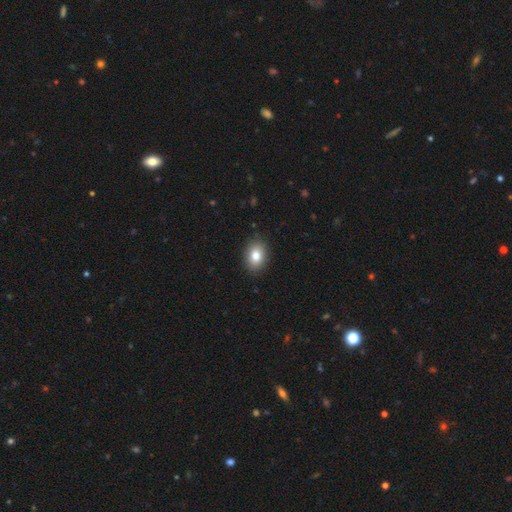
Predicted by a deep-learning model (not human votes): Overall: smooth (83%). How rounded: in between (76%). Merging: none (89%).